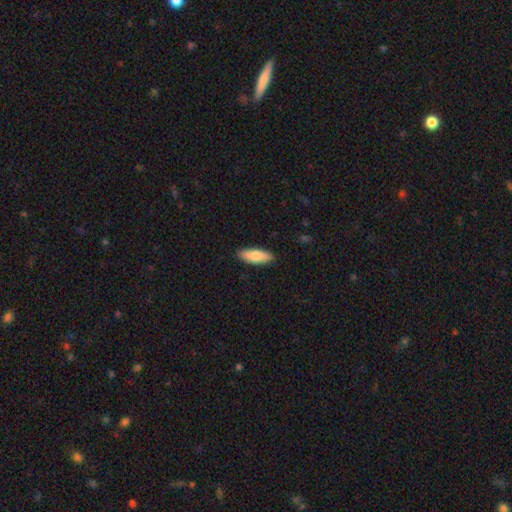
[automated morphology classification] Q: Smooth or featured?
A: smooth (82%); runner-up: featured or disk (13%)
Q: How rounded?
A: in between (56%); runner-up: cigar-shaped (42%)
Q: Merging?
A: none (89%); runner-up: minor disturbance (8%)